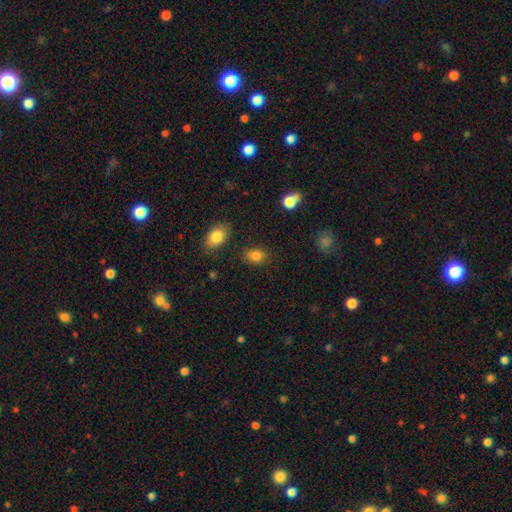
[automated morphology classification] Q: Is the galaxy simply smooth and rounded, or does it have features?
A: smooth — 84%.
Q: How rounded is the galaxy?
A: in between — 66%.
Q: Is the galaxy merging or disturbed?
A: none — 83%.